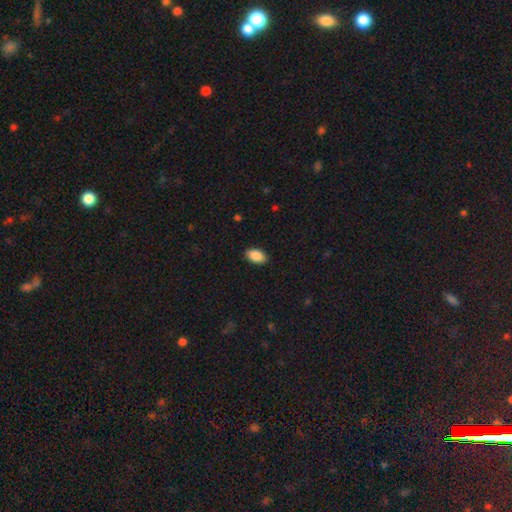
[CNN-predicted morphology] The model was most divided on "merging": none: 89%, minor disturbance: 8%, major disturbance: 2%, merger: 1%. More confident: how rounded — in between (93%); smooth or featured — smooth (89%).